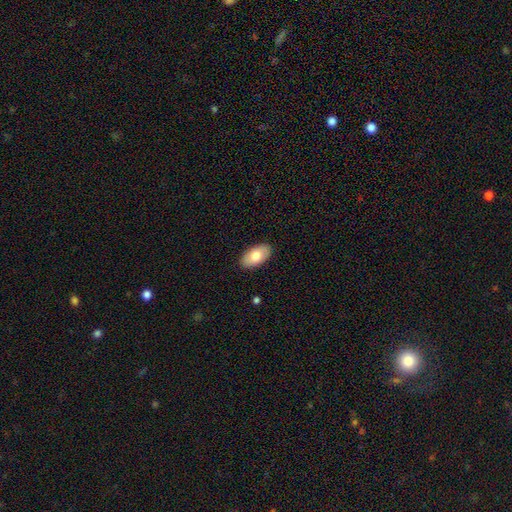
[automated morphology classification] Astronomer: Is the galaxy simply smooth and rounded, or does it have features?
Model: smooth — 76%.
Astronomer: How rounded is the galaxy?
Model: in between — 95%.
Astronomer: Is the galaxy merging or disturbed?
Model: none — 89%.